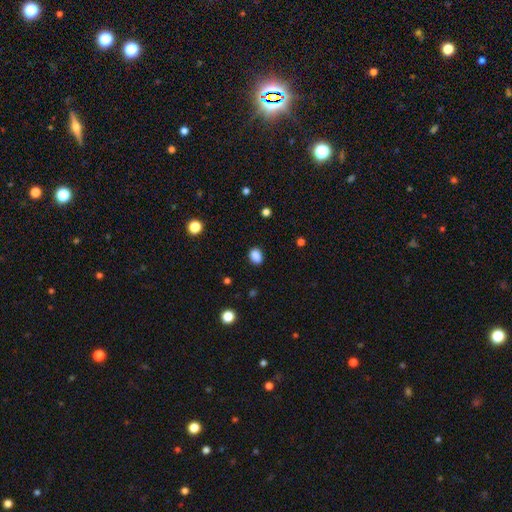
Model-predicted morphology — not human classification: smooth-or-featured: smooth: 86% | star or artifact: 10% | featured or disk: 4%
  how-rounded: in between: 66% | round: 33% | cigar-shaped: 1%
  merging: none: 87% | minor disturbance: 10% | major disturbance: 2% | merger: 1%